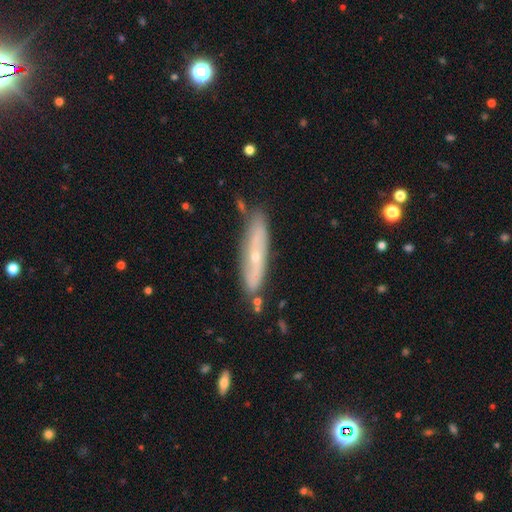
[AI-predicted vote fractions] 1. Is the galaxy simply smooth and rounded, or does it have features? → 58% featured or disk, 35% smooth, 7% star or artifact.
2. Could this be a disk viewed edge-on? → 54% yes, 46% no.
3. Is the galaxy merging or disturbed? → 77% none, 16% minor disturbance, 4% merger, 3% major disturbance.